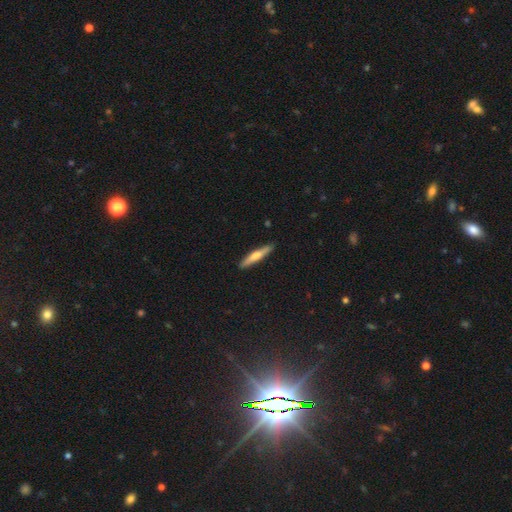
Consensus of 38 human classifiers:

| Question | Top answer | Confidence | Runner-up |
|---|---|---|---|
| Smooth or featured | featured or disk | 53% | smooth (45%) |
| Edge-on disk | yes | 100% | — |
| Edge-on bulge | rounded | 75% | boxy (25%) |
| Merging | none | 92% | minor disturbance (5%) |